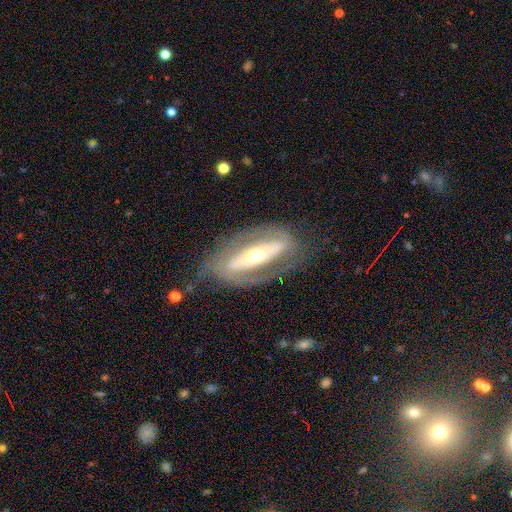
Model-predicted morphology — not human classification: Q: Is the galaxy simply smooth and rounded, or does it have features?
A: featured or disk — 84%.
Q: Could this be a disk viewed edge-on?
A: no — 89%.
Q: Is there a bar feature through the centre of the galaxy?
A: strong — 63%.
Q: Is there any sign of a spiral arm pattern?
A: yes — 80%.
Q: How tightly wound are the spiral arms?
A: medium — 41%.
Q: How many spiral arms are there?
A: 2 — 84%.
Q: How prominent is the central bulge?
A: moderate — 50%.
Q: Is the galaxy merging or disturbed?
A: none — 72%.